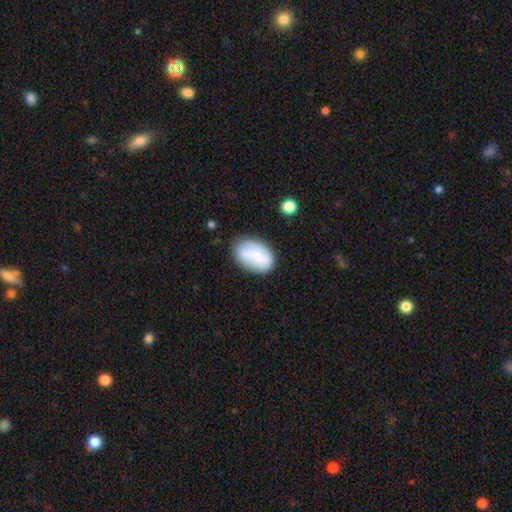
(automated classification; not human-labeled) This appears to be a smooth galaxy with no disk features (66%) that is in between round and cigar-shaped (86%). Merging: none (70%).